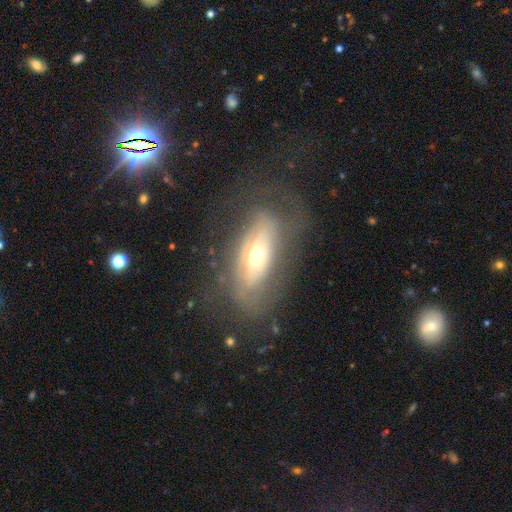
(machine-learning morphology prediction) Smooth or featured?
  - featured or disk: 62% *
  - smooth: 30%
  - star or artifact: 8%
Edge-on disk?
  - no: 82% *
  - yes: 18%
Bar?
  - no: 75% *
  - weak: 17%
  - strong: 8%
Spiral arms?
  - yes: 54% *
  - no: 46%
Bulge size?
  - moderate: 50% *
  - small: 41%
  - large: 6%
  - dominant: 1%
  - none: 1%
Merging?
  - none: 58% *
  - minor disturbance: 21%
  - major disturbance: 19%
  - merger: 2%